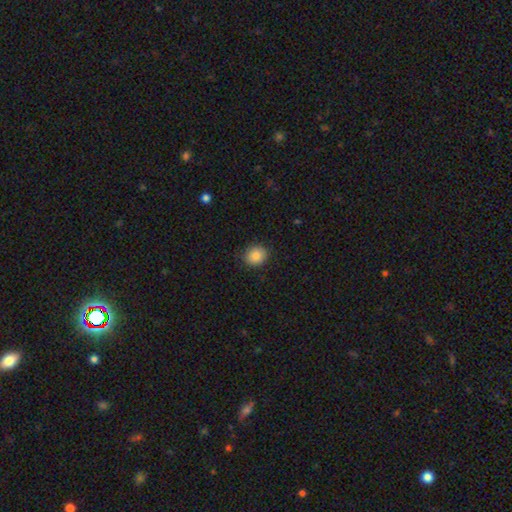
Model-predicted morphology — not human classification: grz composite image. It shows a smooth galaxy with no disk features (85%) that is round (73%). Merging: none (87%).